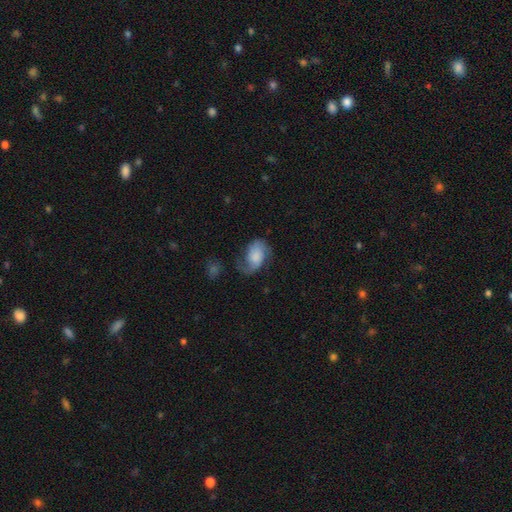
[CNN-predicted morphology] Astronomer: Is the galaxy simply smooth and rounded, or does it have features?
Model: featured or disk — 59% (runner-up: smooth, 34%).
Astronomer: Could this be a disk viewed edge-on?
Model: no — 97%.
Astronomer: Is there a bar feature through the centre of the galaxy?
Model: no — 67%.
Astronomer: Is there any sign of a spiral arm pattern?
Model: yes — 89%.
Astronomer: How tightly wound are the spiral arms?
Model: loose — 47% (runner-up: medium, 37%).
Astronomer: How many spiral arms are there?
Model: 2 — 76%.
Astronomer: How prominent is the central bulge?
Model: none — 28% (runner-up: large, 25%).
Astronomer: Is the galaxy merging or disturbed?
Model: none — 44% (runner-up: major disturbance, 27%).